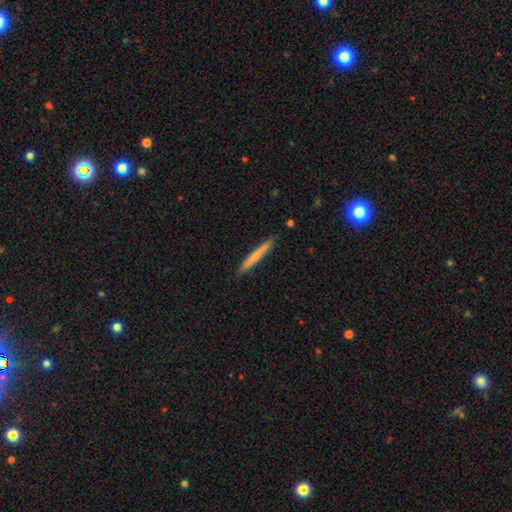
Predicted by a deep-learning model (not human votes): A smooth galaxy with no disk features (68%) that is cigar-shaped (97%).

Vote fractions:
- Smooth or featured? smooth: 68% / featured or disk: 26% / star or artifact: 5%
- How rounded? cigar-shaped: 97% / in between: 2% / round: 1%
- Merging? none: 90% / minor disturbance: 7% / major disturbance: 1% / merger: 1%